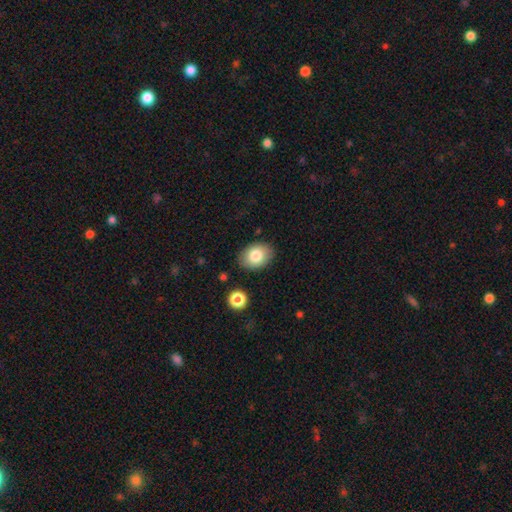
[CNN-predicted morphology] A smooth galaxy with no disk features (81%) that is in between round and cigar-shaped (71%). Merging: none (85%).